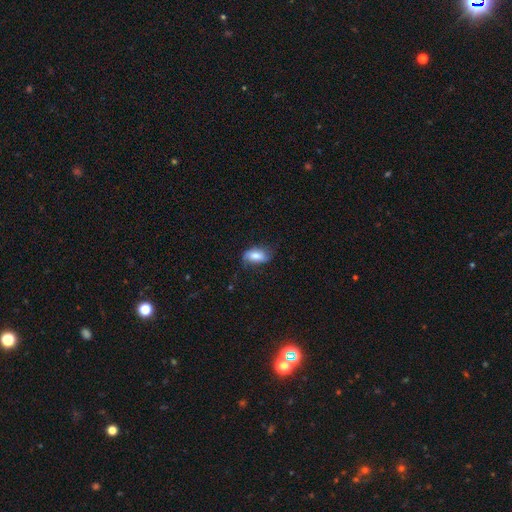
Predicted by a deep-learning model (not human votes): A smooth galaxy with no disk features (73%) that is in between round and cigar-shaped (90%). Merging: none (63%).